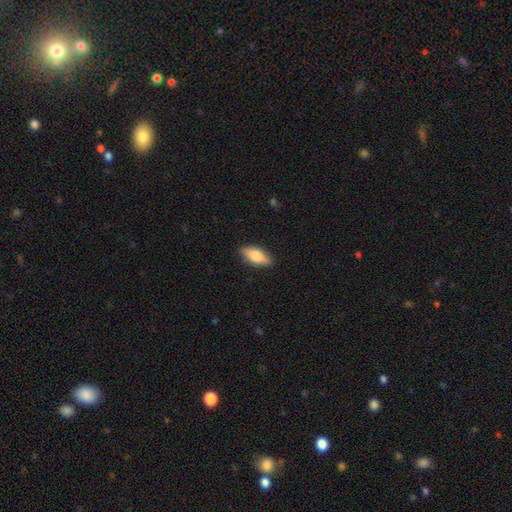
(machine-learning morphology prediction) Q: Smooth or featured?
A: smooth (67%); runner-up: featured or disk (27%)
Q: How rounded?
A: in between (78%); runner-up: cigar-shaped (19%)
Q: Merging?
A: none (86%); runner-up: minor disturbance (10%)